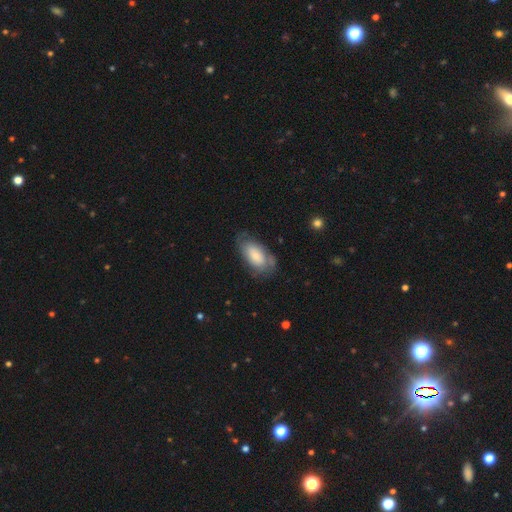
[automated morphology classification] type=smooth (67%); roundness=in between (93%); merging=none (62%).